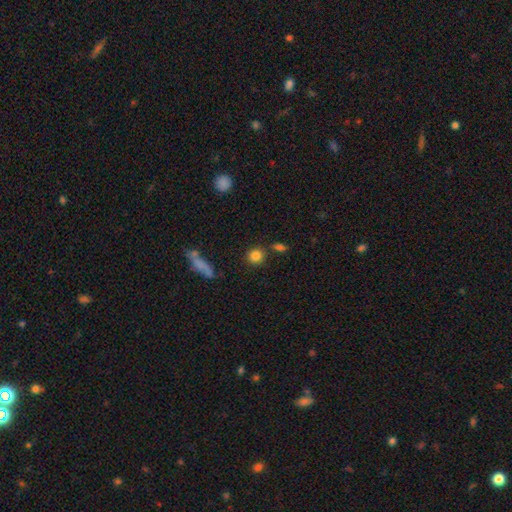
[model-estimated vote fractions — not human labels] Smooth or featured?
  - smooth: 83% *
  - star or artifact: 10%
  - featured or disk: 7%
How rounded?
  - round: 86% *
  - in between: 12%
  - cigar-shaped: 2%
Merging?
  - none: 80% *
  - minor disturbance: 9%
  - merger: 8%
  - major disturbance: 3%